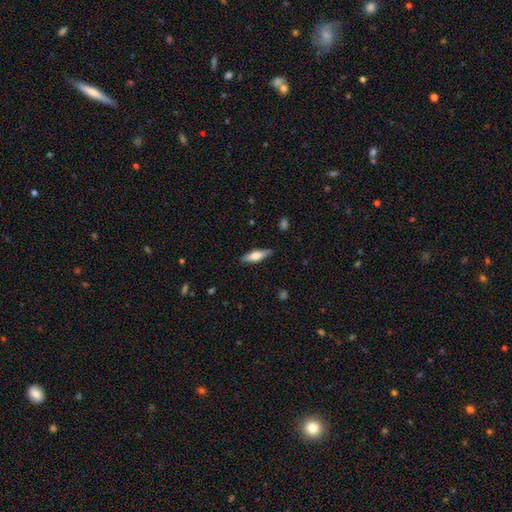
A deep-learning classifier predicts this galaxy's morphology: smooth_or_featured: smooth (p=0.58) [alt: featured or disk p=0.36]
how_rounded: cigar-shaped (p=0.53) [alt: in between p=0.45]
merging: none (p=0.86) [alt: minor disturbance p=0.10]